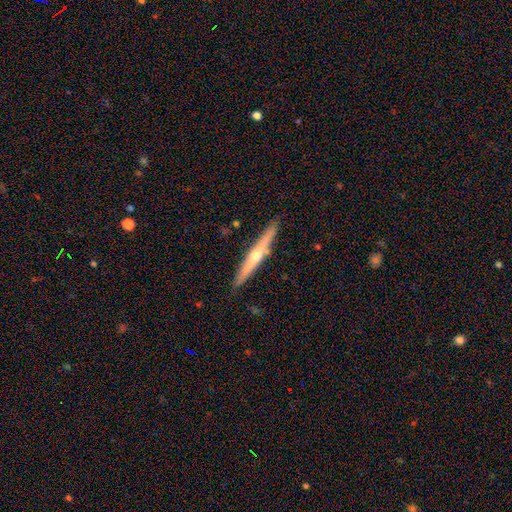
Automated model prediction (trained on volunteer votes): smooth-or-featured: featured or disk: 69% | smooth: 25% | star or artifact: 6%
  disk-edge-on: yes: 97% | no: 3%
    edge-on-bulge: rounded: 86% | none: 11% | boxy: 3%
  merging: none: 90% | minor disturbance: 7% | merger: 2% | major disturbance: 1%